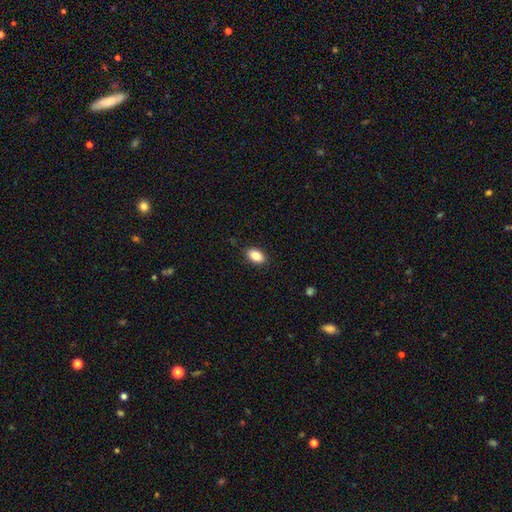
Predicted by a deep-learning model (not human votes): Smooth or featured: smooth — 87% (star or artifact — 8%)
How rounded: in between — 91% (round — 7%)
Merging: none — 88% (minor disturbance — 9%)